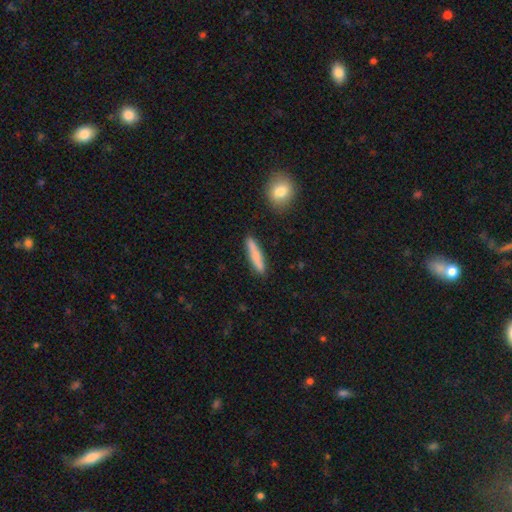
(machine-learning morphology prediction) Smooth or featured: smooth — 77% (featured or disk — 17%)
How rounded: cigar-shaped — 88% (in between — 10%)
Merging: none — 86% (minor disturbance — 9%)